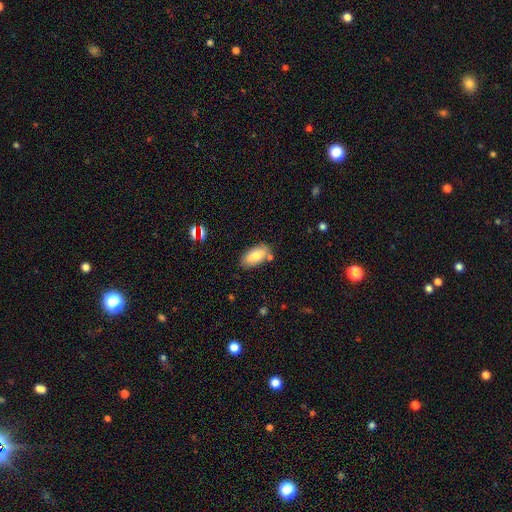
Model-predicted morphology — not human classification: Smooth or featured?
  - smooth: 80% *
  - featured or disk: 13%
  - star or artifact: 8%
How rounded?
  - in between: 91% *
  - cigar-shaped: 6%
  - round: 3%
Merging?
  - none: 76% *
  - minor disturbance: 15%
  - merger: 6%
  - major disturbance: 3%